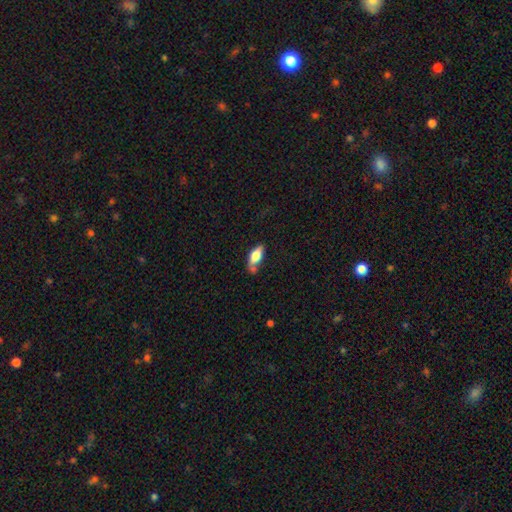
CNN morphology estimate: A smooth galaxy with no disk features (67%) that is in between round and cigar-shaped (76%). Merging: none (48%).